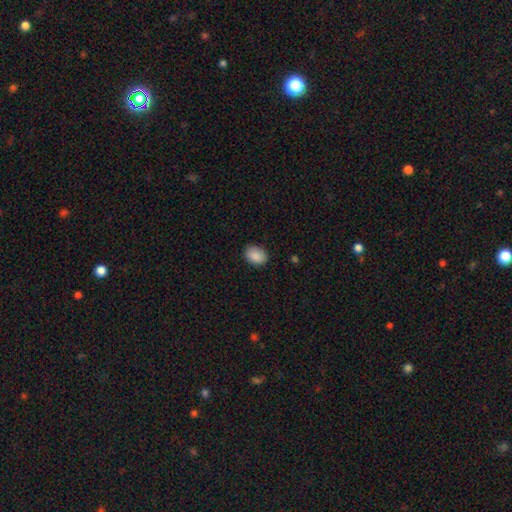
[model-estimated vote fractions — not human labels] smooth_or_featured: smooth (p=0.90) [alt: star or artifact p=0.07]
how_rounded: in between (p=0.70) [alt: round p=0.29]
merging: none (p=0.88) [alt: minor disturbance p=0.09]